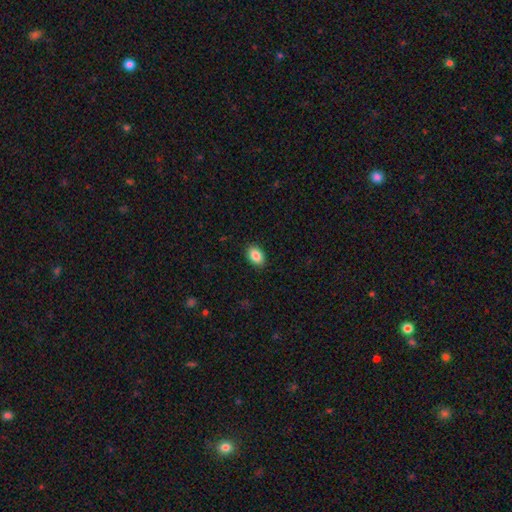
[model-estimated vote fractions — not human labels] Smooth or featured: smooth — 87% (star or artifact — 7%)
How rounded: in between — 88% (round — 11%)
Merging: none — 90% (minor disturbance — 7%)